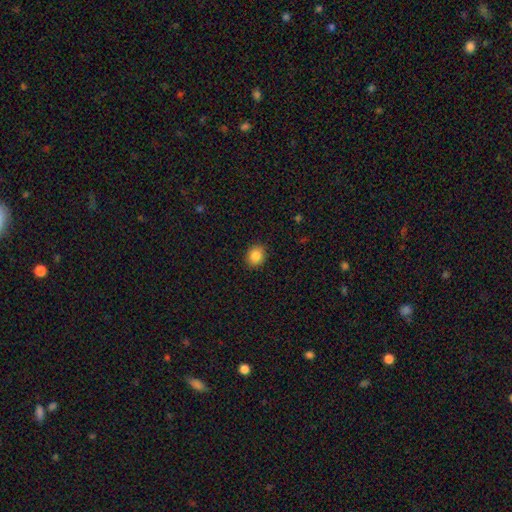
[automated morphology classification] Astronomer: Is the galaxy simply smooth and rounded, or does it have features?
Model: smooth — 85%.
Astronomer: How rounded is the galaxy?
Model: round — 70%.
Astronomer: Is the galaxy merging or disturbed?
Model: none — 91%.